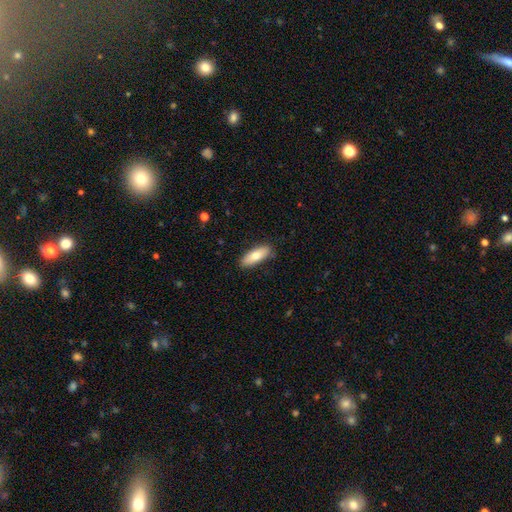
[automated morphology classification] This is likely a smooth galaxy (76%). How rounded: likely in between (65%). Merging: clearly none (86%).